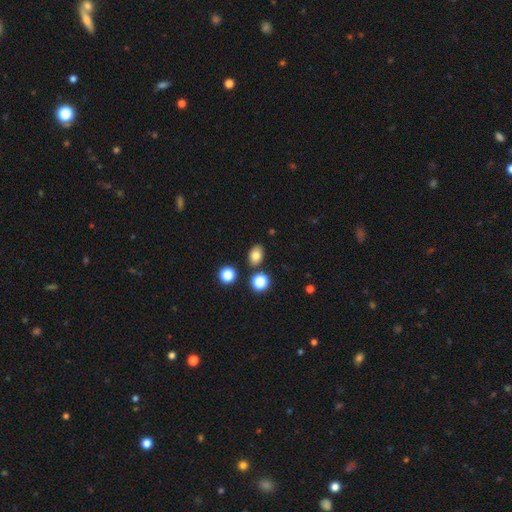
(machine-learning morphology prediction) Smooth or featured? Predicted: smooth (p=0.80). How rounded? Predicted: in between (p=0.73). Merging? Predicted: none (p=0.82).